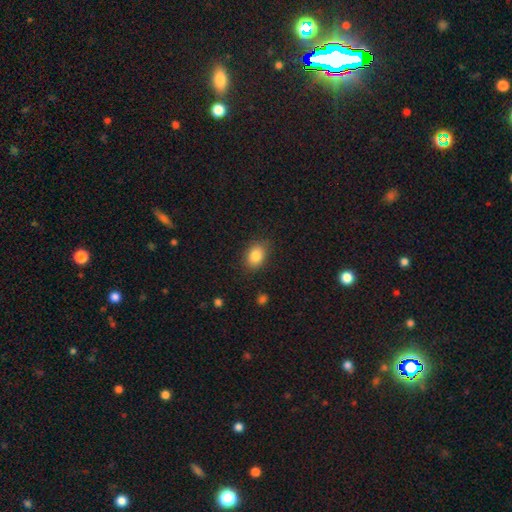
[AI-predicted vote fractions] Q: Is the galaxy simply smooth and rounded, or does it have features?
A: smooth — 85%.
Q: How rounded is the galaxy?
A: in between — 71%.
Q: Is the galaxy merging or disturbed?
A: none — 84%.